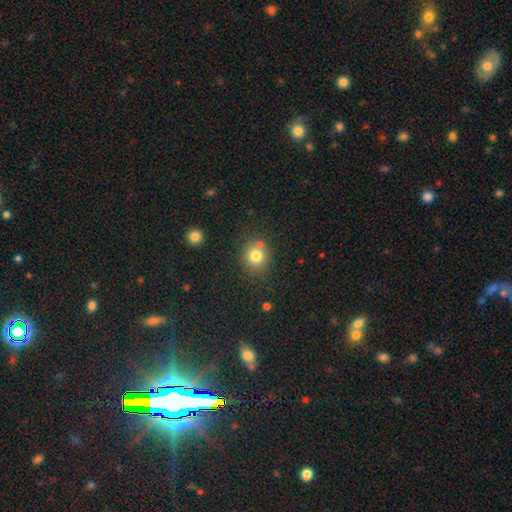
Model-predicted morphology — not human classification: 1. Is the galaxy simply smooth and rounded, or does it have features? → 79% smooth, 12% star or artifact, 8% featured or disk.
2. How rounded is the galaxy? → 77% round, 22% in between, 1% cigar-shaped.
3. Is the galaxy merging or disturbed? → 73% none, 12% minor disturbance, 12% merger, 4% major disturbance.